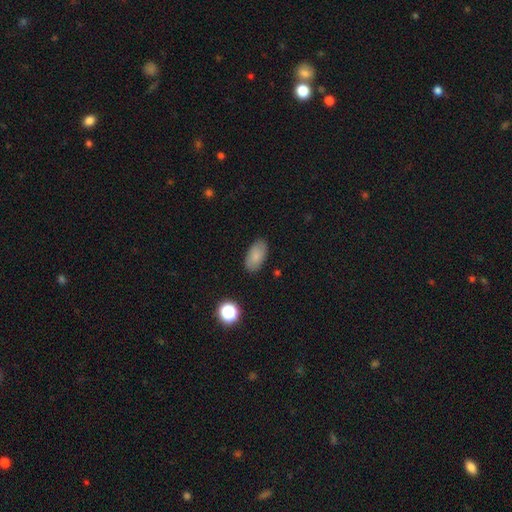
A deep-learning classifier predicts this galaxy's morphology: This is clearly a smooth galaxy (81%). How rounded: clearly in between (93%). Merging: clearly none (84%).